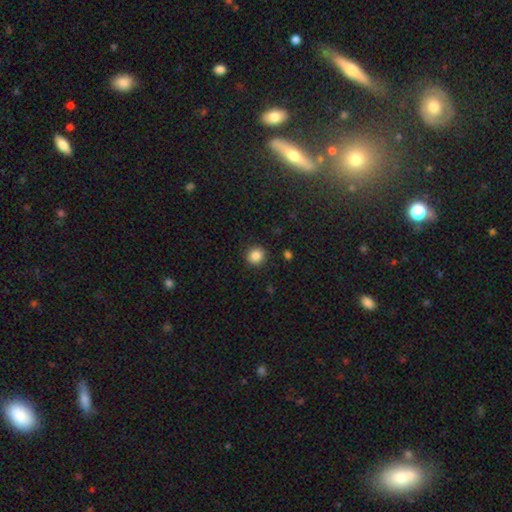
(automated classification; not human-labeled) Q: Smooth or featured?
A: smooth (86%); runner-up: star or artifact (10%)
Q: How rounded?
A: round (90%); runner-up: in between (9%)
Q: Merging?
A: none (91%); runner-up: minor disturbance (6%)